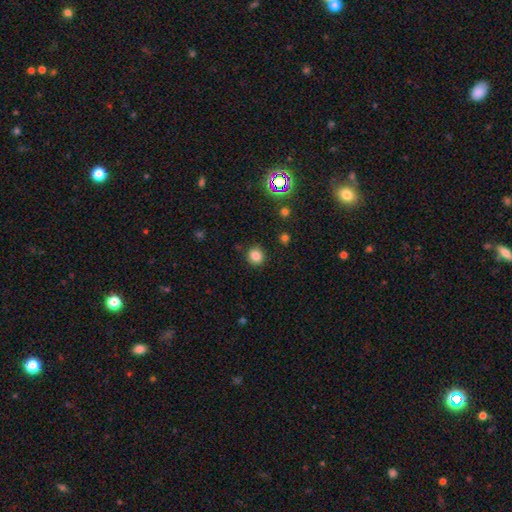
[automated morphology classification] smooth_or_featured: smooth (p=0.82) [alt: star or artifact p=0.13]
how_rounded: round (p=0.85) [alt: in between p=0.14]
merging: none (p=0.88) [alt: minor disturbance p=0.08]